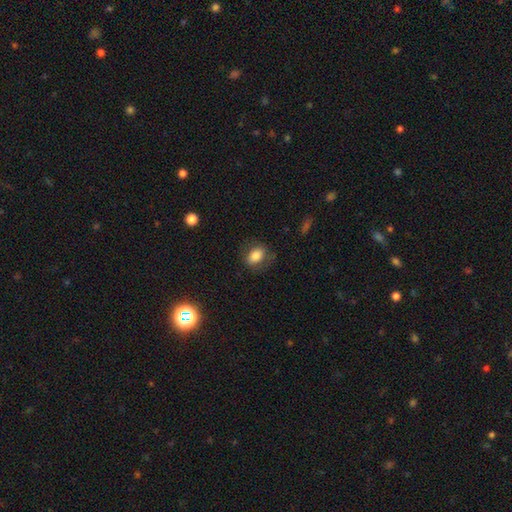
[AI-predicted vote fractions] Morphology: type=smooth (76%); roundness=in between (73%); merging=none (72%).